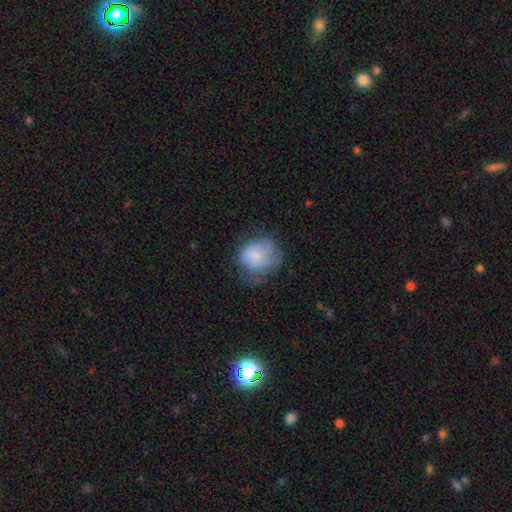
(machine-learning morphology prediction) Smooth or featured? smooth (70%)
How rounded? round (67%)
Merging? none (42%)